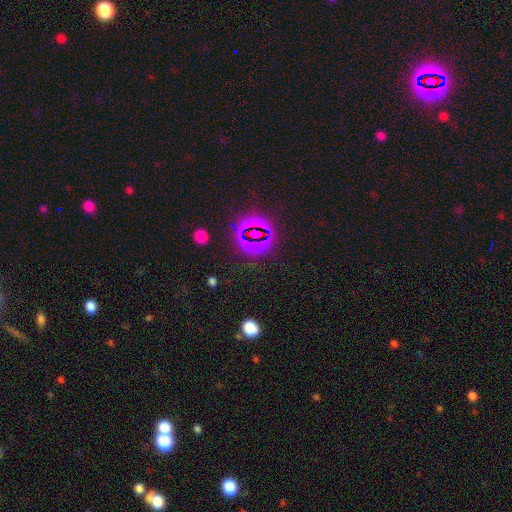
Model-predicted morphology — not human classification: The model was most divided on "smooth or featured": star or artifact: 69%, smooth: 17%, featured or disk: 14%.